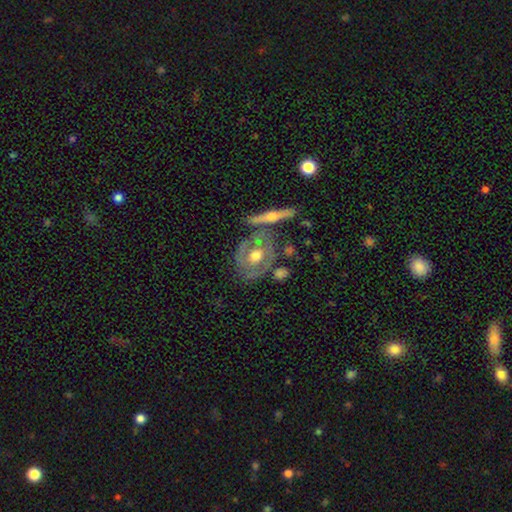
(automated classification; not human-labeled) Smooth or featured?
  - featured or disk: 68% *
  - smooth: 26%
  - star or artifact: 6%
Edge-on disk?
  - no: 83% *
  - yes: 17%
Bar?
  - no: 76% *
  - weak: 17%
  - strong: 7%
Spiral arms?
  - no: 54% *
  - yes: 46%
Bulge size?
  - moderate: 76% *
  - large: 12%
  - small: 10%
  - none: 1%
  - dominant: 1%
Merging?
  - none: 61% *
  - minor disturbance: 17%
  - merger: 15%
  - major disturbance: 7%